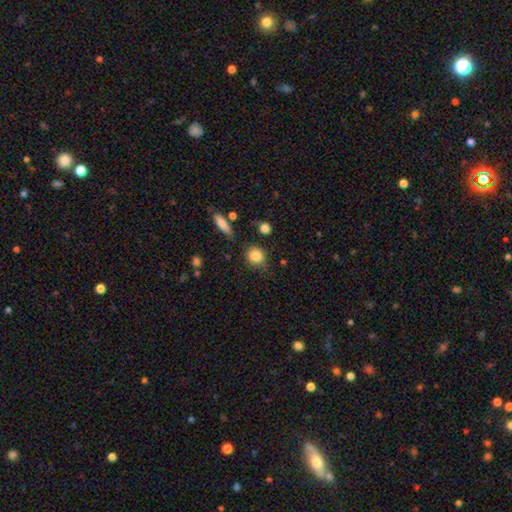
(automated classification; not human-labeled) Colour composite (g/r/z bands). It shows a smooth galaxy with no disk features (84%) that is round (79%). Merging: none (76%).